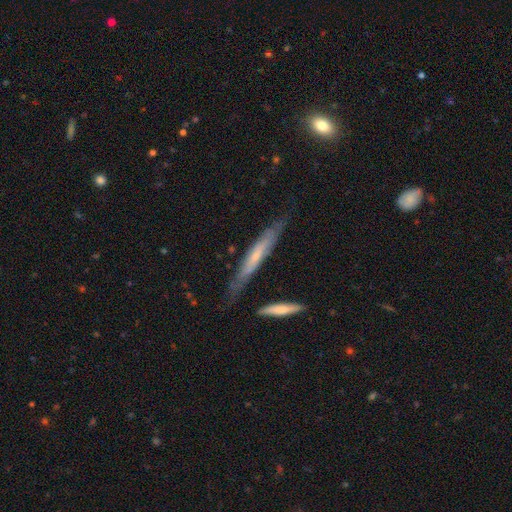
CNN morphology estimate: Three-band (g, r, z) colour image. It shows a featured or disk galaxy (58%) viewed edge-on (81%). Merging: none (74%).